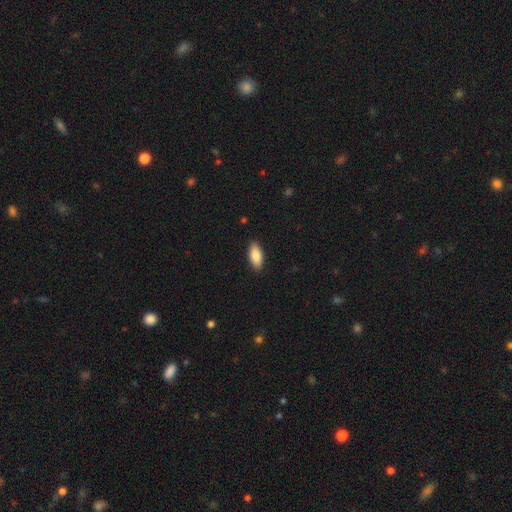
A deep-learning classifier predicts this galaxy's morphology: A smooth galaxy with no disk features (86%) that is in between round and cigar-shaped (86%). Merging: none (89%).